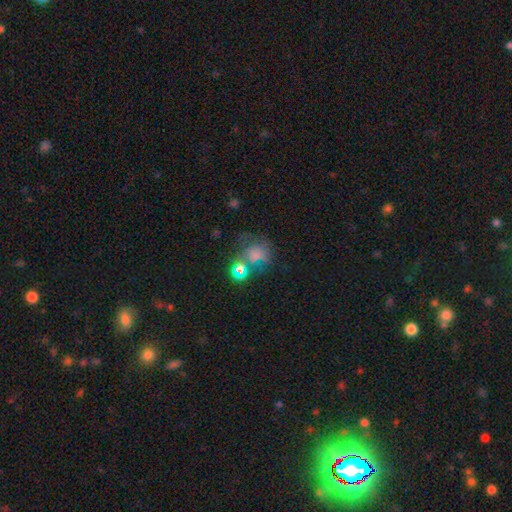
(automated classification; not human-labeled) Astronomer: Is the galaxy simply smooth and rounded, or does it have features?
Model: smooth — 55%.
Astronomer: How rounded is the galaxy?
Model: round — 66%.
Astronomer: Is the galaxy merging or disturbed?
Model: none — 37% (runner-up: major disturbance, 24%).